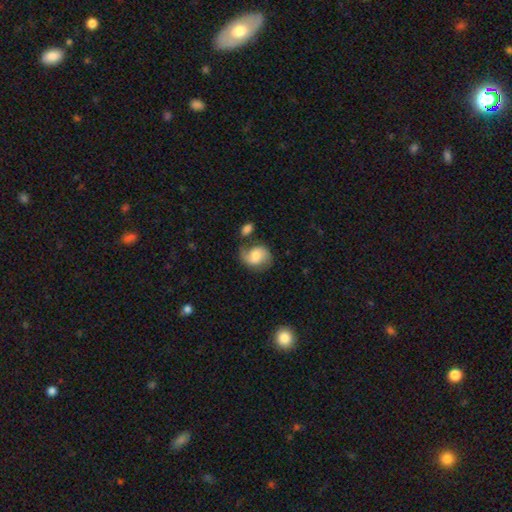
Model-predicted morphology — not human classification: The model was most divided on "smooth or featured": featured or disk: 49%, smooth: 44%, star or artifact: 8%. Remaining: merging — none (48%).